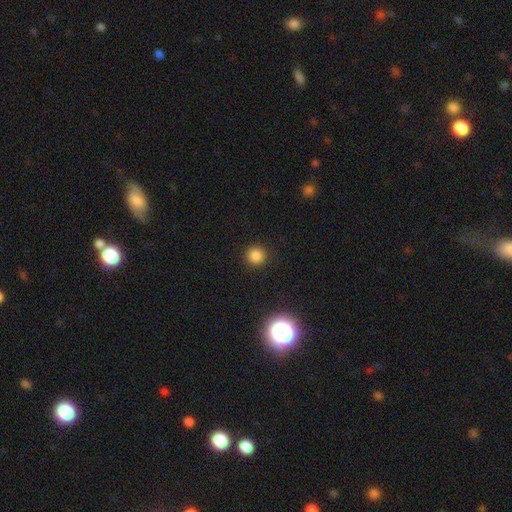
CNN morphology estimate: smooth_or_featured: smooth (p=0.82) [alt: star or artifact p=0.15]
how_rounded: round (p=0.95) [alt: in between p=0.04]
merging: none (p=0.91) [alt: minor disturbance p=0.05]